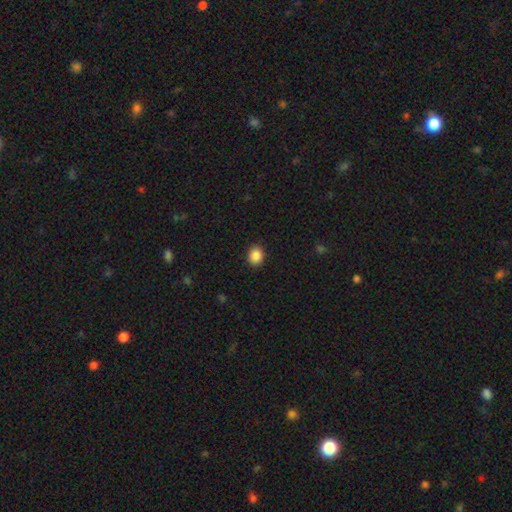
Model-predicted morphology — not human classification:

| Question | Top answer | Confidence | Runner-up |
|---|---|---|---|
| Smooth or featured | smooth | 87% | star or artifact (9%) |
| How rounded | round | 61% | in between (38%) |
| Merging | none | 91% | minor disturbance (6%) |